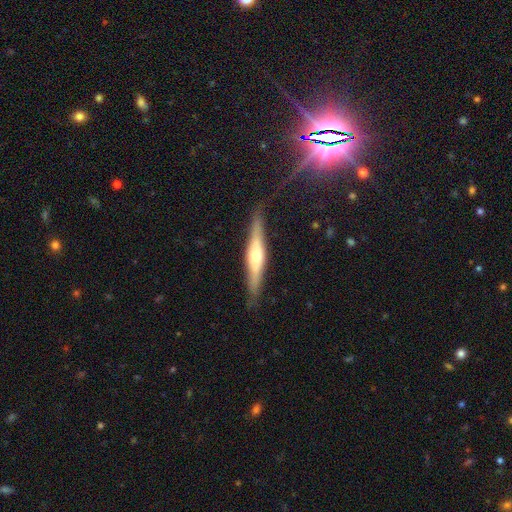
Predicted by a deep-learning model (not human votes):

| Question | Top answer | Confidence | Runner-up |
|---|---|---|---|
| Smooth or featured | featured or disk | 62% | smooth (31%) |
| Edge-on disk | yes | 93% | no (7%) |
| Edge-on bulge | rounded | 81% | boxy (9%) |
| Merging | none | 84% | minor disturbance (11%) |